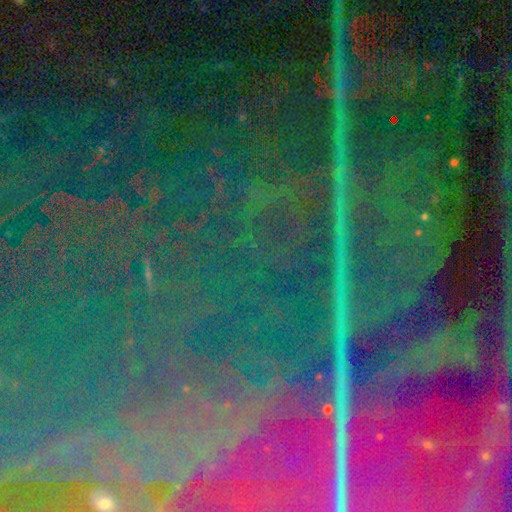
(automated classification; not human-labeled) Smooth or featured?
  - star or artifact: 86% *
  - featured or disk: 8%
  - smooth: 6%